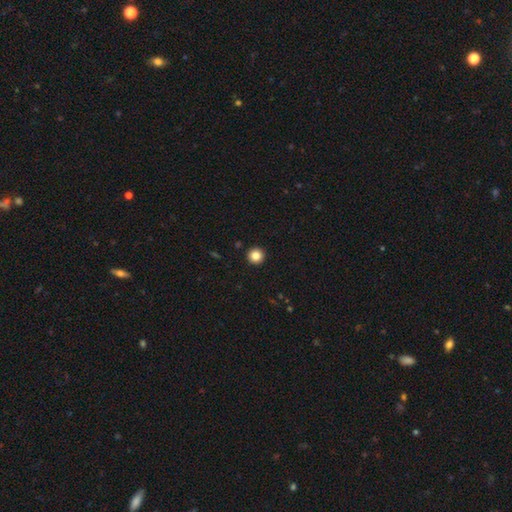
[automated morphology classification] Overall: smooth (85%). How rounded: round (96%). Merging: none (94%).